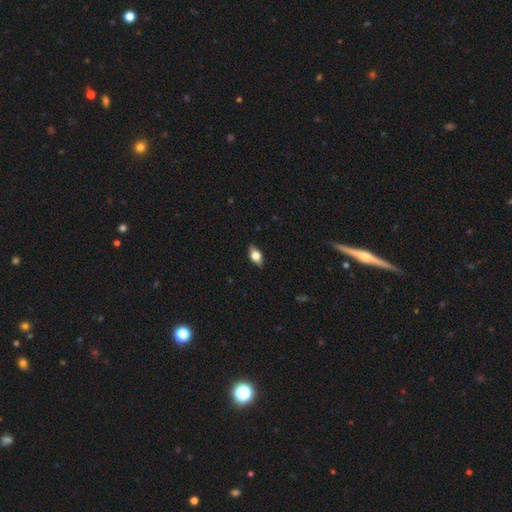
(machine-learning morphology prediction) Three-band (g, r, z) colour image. It shows a smooth galaxy with no disk features (60%) that is in between round and cigar-shaped (84%). Merging: none (86%).